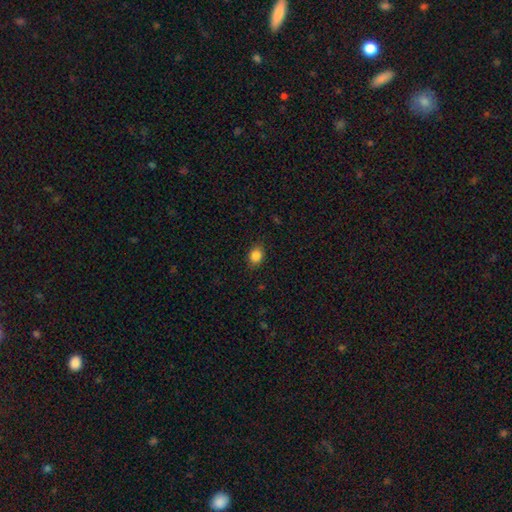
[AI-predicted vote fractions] The model was most divided on "how rounded": in between: 51%, round: 48%, cigar-shaped: 1%. More confident: merging — none (85%); smooth or featured — smooth (85%).